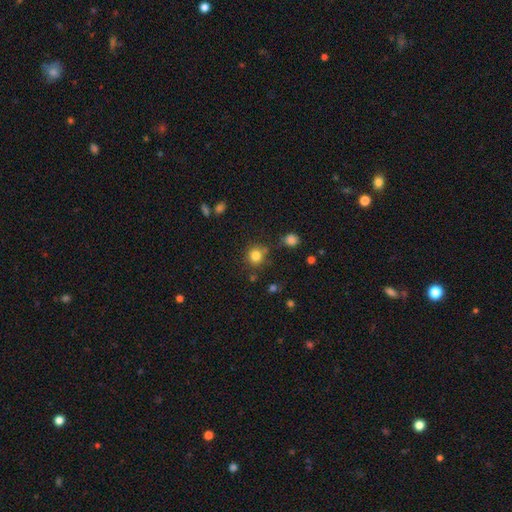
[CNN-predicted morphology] Smooth or featured?
  - smooth: 80% *
  - star or artifact: 13%
  - featured or disk: 6%
How rounded?
  - round: 89% *
  - in between: 10%
  - cigar-shaped: 1%
Merging?
  - none: 75% *
  - minor disturbance: 13%
  - merger: 7%
  - major disturbance: 4%